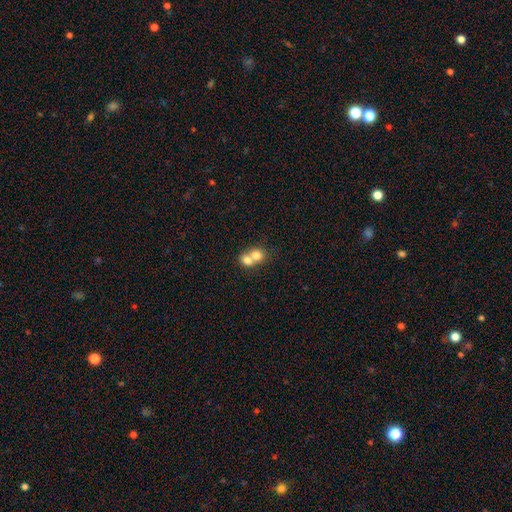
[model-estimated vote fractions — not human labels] A smooth galaxy with no disk features (74%) that is round (65%).

Vote fractions:
- Smooth or featured? smooth: 74% / featured or disk: 17% / star or artifact: 9%
- How rounded? round: 65% / in between: 34% / cigar-shaped: 1%
- Merging? merger: 72% / none: 22% / minor disturbance: 4% / major disturbance: 2%